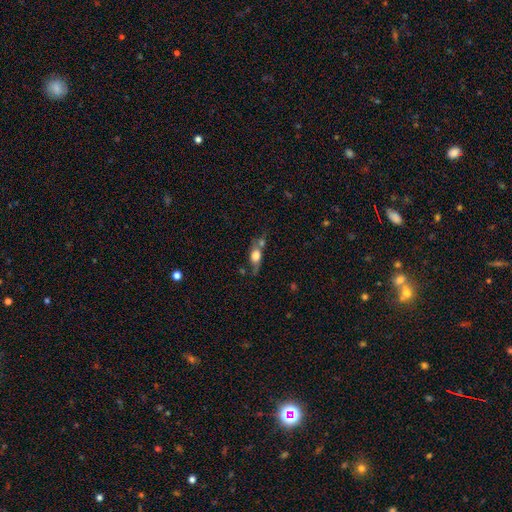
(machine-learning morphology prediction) Smooth or featured?
  - smooth: 62% *
  - featured or disk: 29%
  - star or artifact: 10%
How rounded?
  - in between: 63% *
  - round: 21%
  - cigar-shaped: 16%
Merging?
  - none: 41% *
  - merger: 25%
  - minor disturbance: 21%
  - major disturbance: 13%